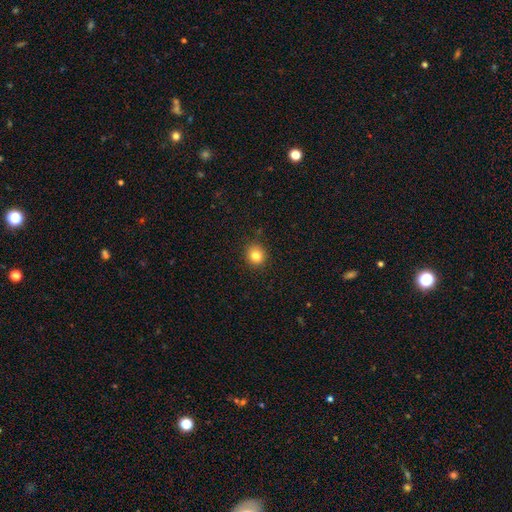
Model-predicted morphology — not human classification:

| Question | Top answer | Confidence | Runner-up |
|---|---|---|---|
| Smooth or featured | smooth | 82% | star or artifact (11%) |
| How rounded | round | 84% | in between (16%) |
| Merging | none | 90% | minor disturbance (7%) |